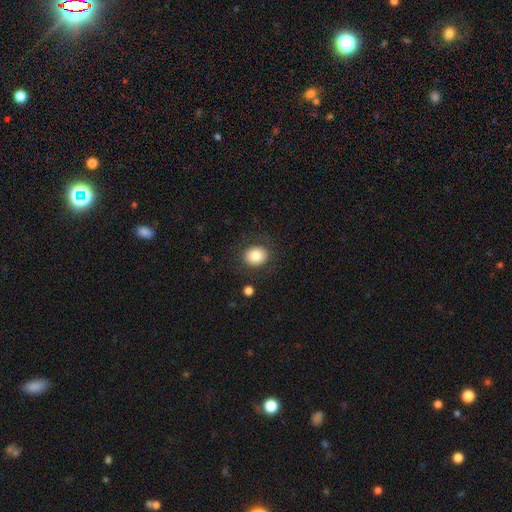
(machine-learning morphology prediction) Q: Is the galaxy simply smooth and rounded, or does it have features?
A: smooth — 82%.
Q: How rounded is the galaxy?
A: round — 71%.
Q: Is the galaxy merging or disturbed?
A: none — 86%.